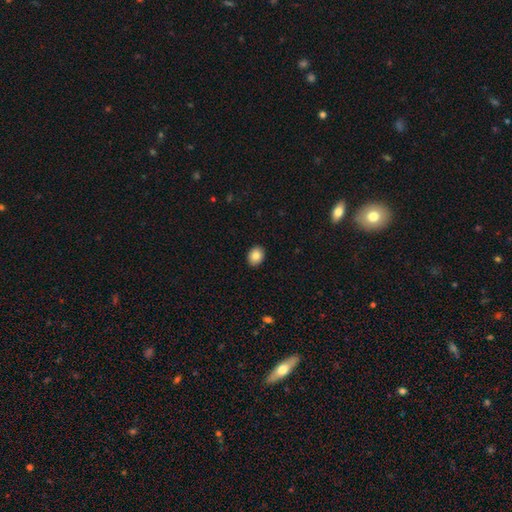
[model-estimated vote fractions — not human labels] Smooth or featured: smooth — 84% (star or artifact — 8%)
How rounded: in between — 57% (round — 42%)
Merging: none — 91% (minor disturbance — 6%)